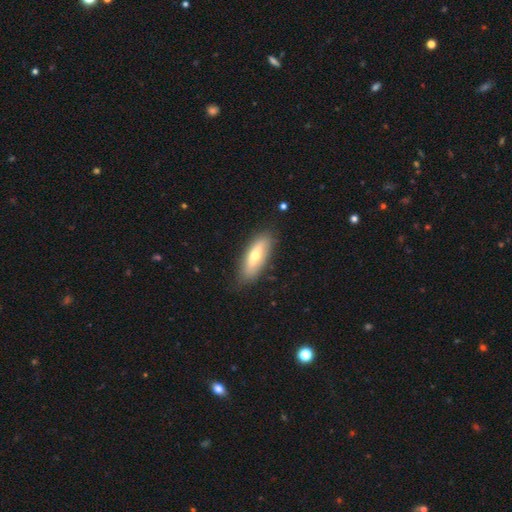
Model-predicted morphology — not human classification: Smooth or featured: smooth — 54% (featured or disk — 40%)
How rounded: in between — 62% (cigar-shaped — 36%)
Merging: none — 83% (minor disturbance — 13%)